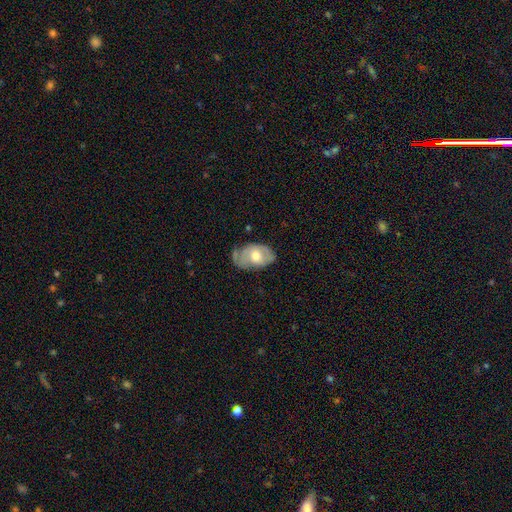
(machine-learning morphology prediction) A featured or disk galaxy (48%).

Vote fractions:
- Smooth or featured? featured or disk: 48% / smooth: 46% / star or artifact: 6%
- Merging? none: 53% / minor disturbance: 32% / major disturbance: 11% / merger: 3%